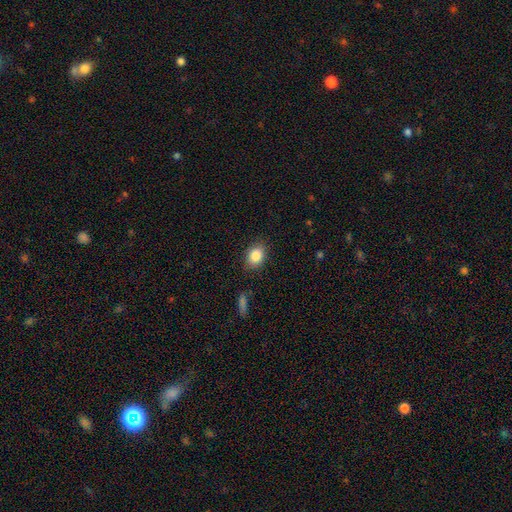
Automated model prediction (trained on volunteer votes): smooth_or_featured: smooth (p=0.85) [alt: star or artifact p=0.08]
how_rounded: in between (p=0.68) [alt: round p=0.31]
merging: none (p=0.85) [alt: minor disturbance p=0.11]